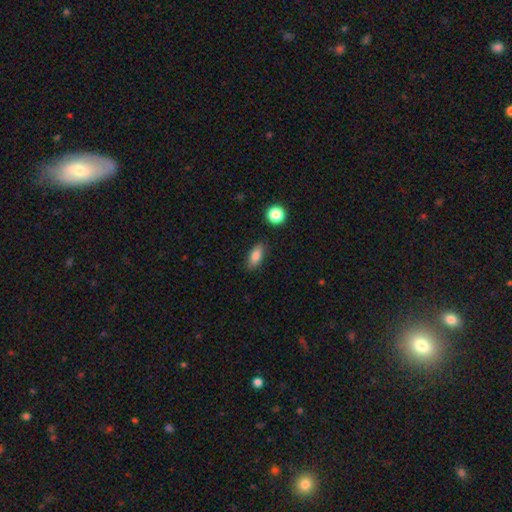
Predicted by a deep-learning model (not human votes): Smooth or featured? Predicted: smooth (p=0.84). How rounded? Predicted: in between (p=0.84). Merging? Predicted: none (p=0.85).